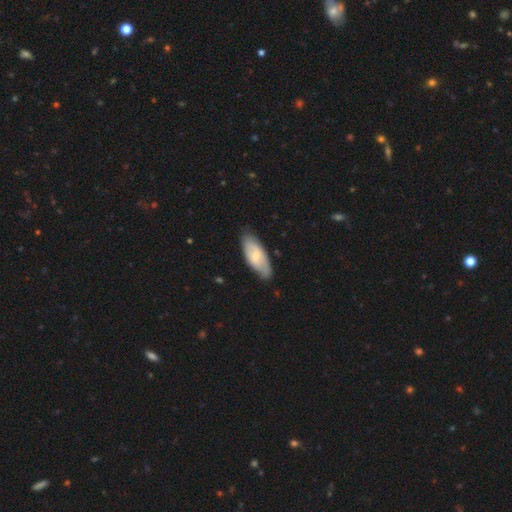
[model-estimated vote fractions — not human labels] smooth-or-featured: smooth: 58% | featured or disk: 36% | star or artifact: 5%
  how-rounded: in between: 84% | cigar-shaped: 14% | round: 2%
  merging: none: 78% | minor disturbance: 17% | major disturbance: 3% | merger: 1%